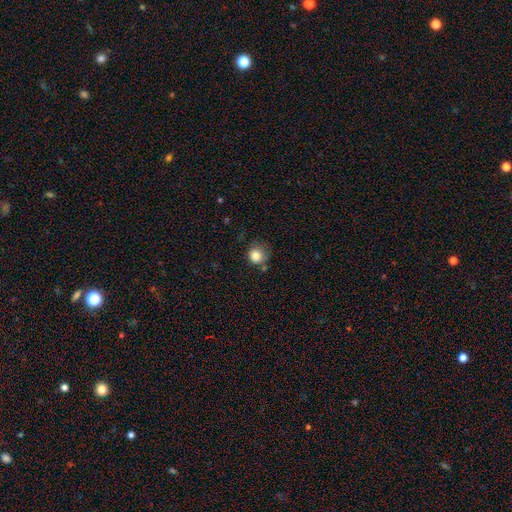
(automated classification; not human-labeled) A smooth galaxy with no disk features (83%) that is round (89%). Merging: none (58%).